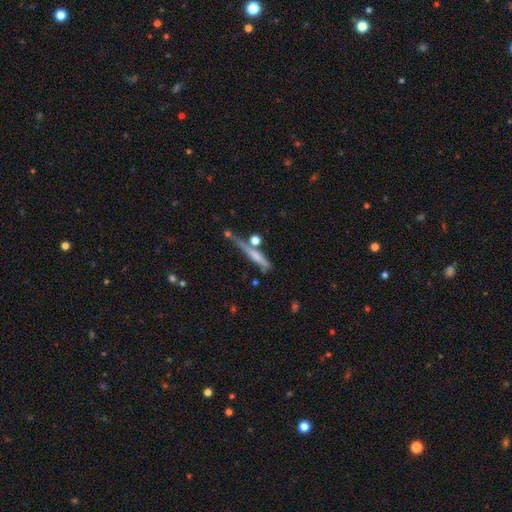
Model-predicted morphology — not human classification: smooth 47%, featured or disk 44%, star or artifact 10%. Down the decision tree: merging — none (44%).